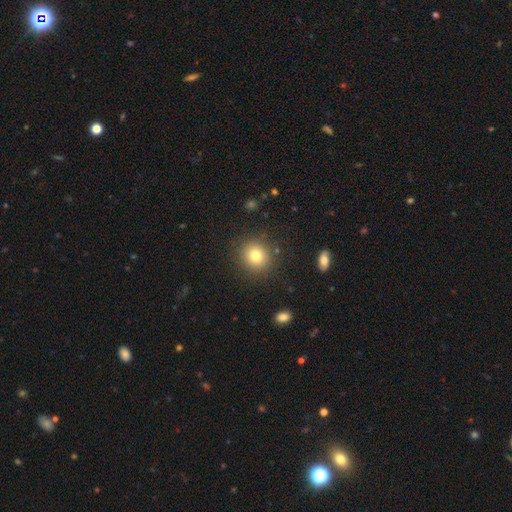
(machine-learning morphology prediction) Smooth or featured? smooth (79%)
How rounded? round (87%)
Merging? none (87%)